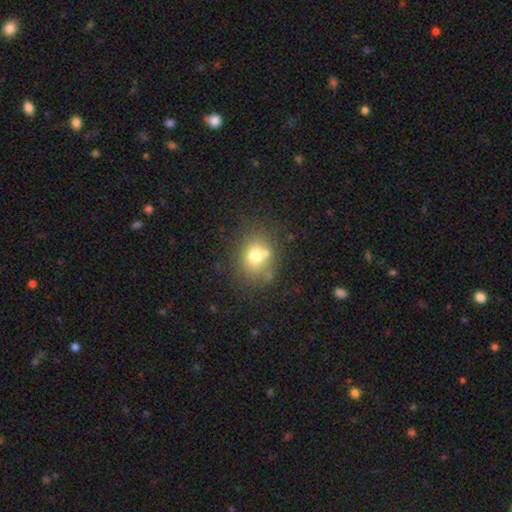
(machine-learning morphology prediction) The model was most divided on "how rounded": round: 63%, in between: 36%, cigar-shaped: 1%. More confident: smooth or featured — smooth (70%); merging — none (63%).